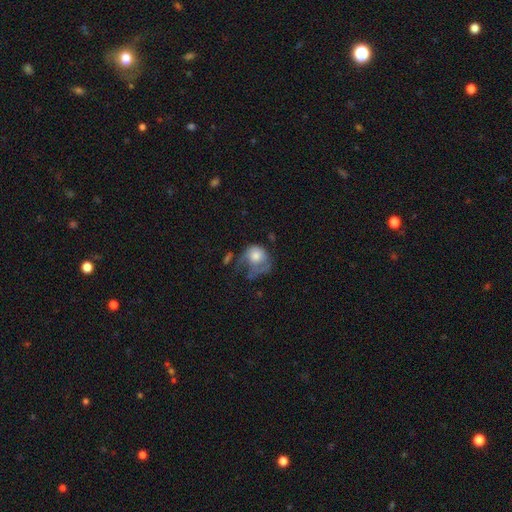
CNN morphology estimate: A smooth galaxy with no disk features (56%) that is round (63%).

Vote fractions:
- Smooth or featured? smooth: 56% / featured or disk: 36% / star or artifact: 8%
- How rounded? round: 63% / in between: 36% / cigar-shaped: 1%
- Merging? major disturbance: 47% / minor disturbance: 23% / none: 23% / merger: 7%